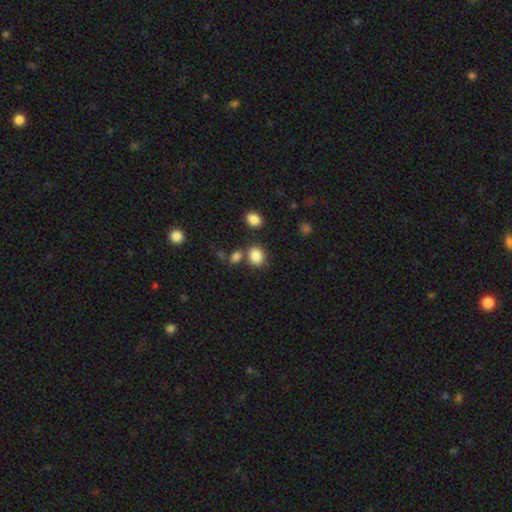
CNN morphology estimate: smooth 85%, star or artifact 10%, featured or disk 4%. Down the decision tree: how rounded — round (53%); merging — none (67%).